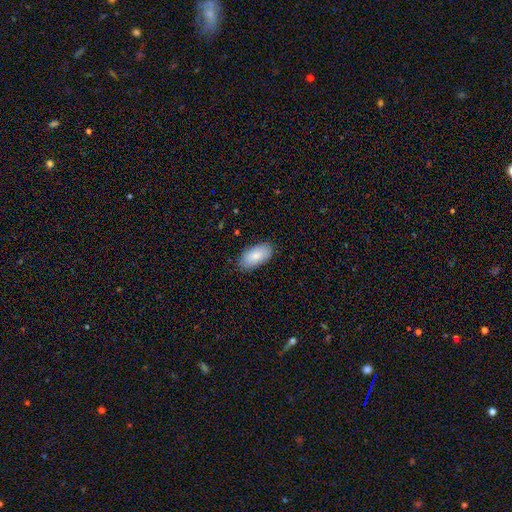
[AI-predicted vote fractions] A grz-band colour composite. It shows a smooth galaxy with no disk features (84%) that is in between round and cigar-shaped (94%). Merging: none (85%).